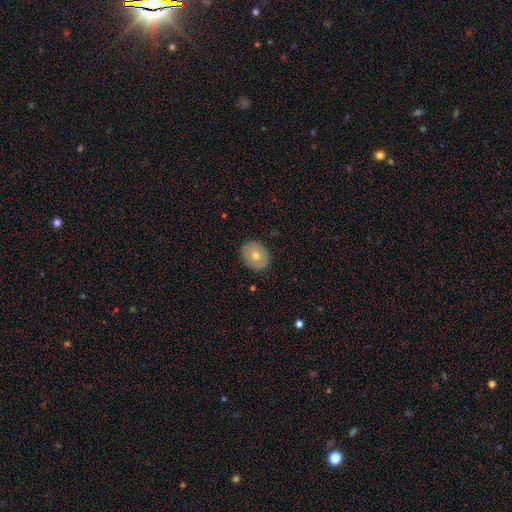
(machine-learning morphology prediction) type=smooth (61%); roundness=round (65%); merging=none (88%).